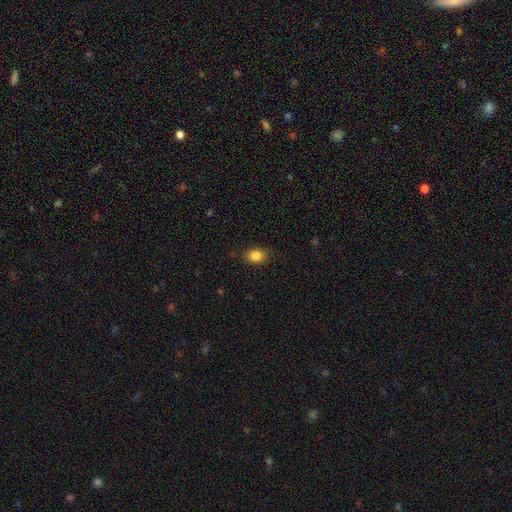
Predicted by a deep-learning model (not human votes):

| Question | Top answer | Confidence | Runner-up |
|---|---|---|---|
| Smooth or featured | smooth | 85% | star or artifact (10%) |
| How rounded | in between | 56% | round (43%) |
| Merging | none | 84% | minor disturbance (12%) |